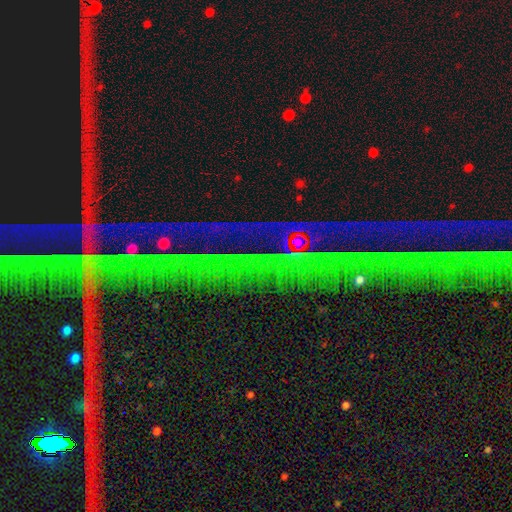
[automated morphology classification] type=star or artifact (88%).